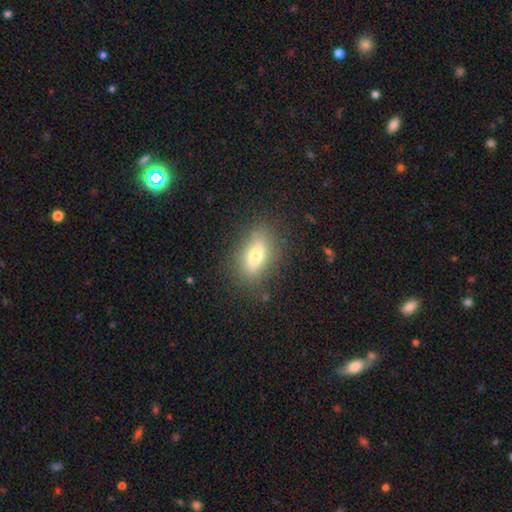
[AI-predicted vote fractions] This appears to be a smooth galaxy with no disk features (58%) that is in between round and cigar-shaped (75%). Merging: none (82%).